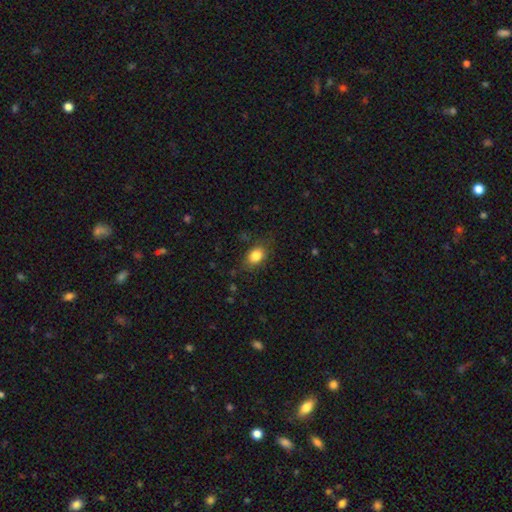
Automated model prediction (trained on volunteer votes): Morphology: type=smooth (83%); roundness=in between (71%); merging=none (77%).